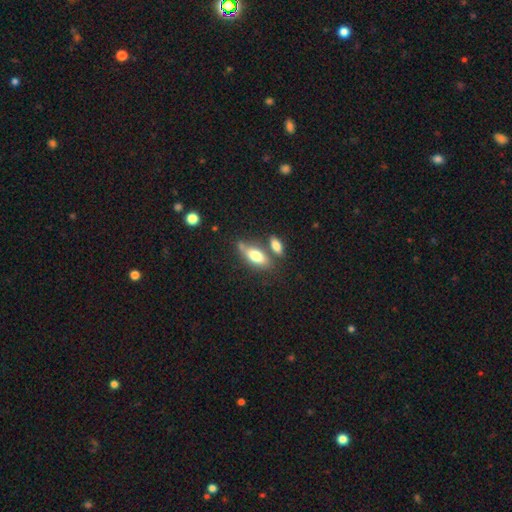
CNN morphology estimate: Smooth or featured: smooth — 70% (featured or disk — 23%)
How rounded: in between — 77% (cigar-shaped — 20%)
Merging: none — 51% (merger — 28%)